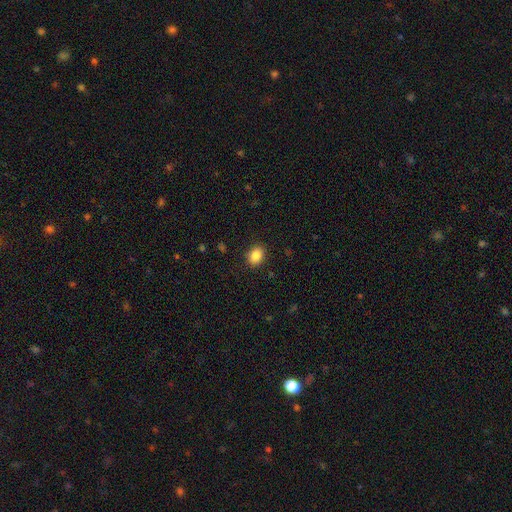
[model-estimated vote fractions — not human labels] The model was most divided on "how rounded": in between: 59%, round: 40%, cigar-shaped: 1%. More confident: merging — none (89%); smooth or featured — smooth (86%).